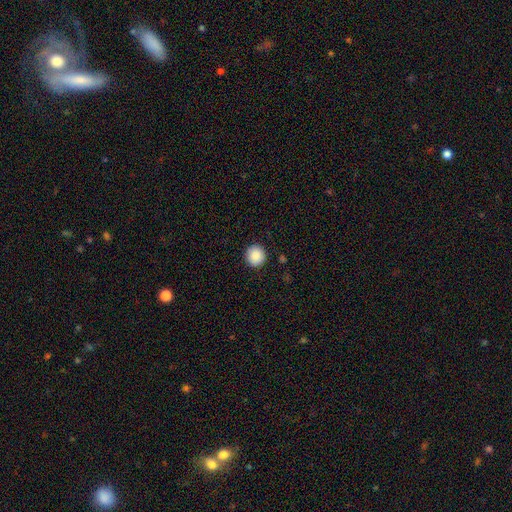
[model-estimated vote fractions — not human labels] Smooth or featured: smooth — 89% (star or artifact — 8%)
How rounded: round — 93% (in between — 6%)
Merging: none — 91% (minor disturbance — 6%)